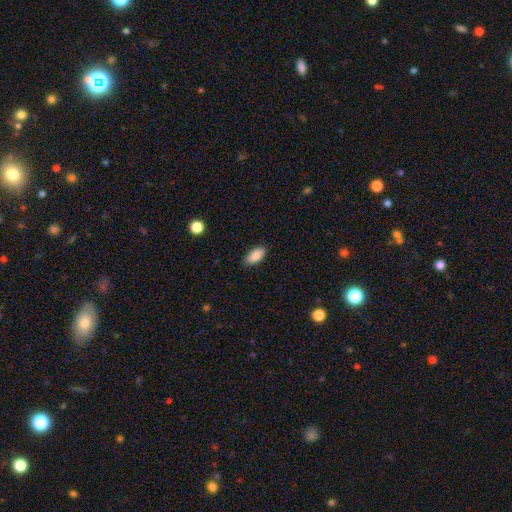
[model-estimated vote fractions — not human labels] This is clearly a smooth galaxy (88%). How rounded: clearly in between (91%). Merging: clearly none (86%).